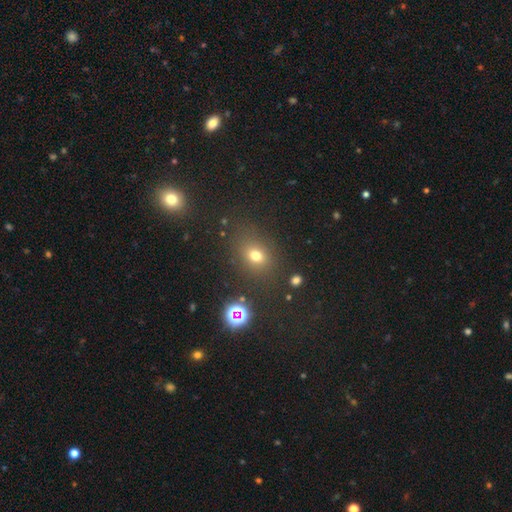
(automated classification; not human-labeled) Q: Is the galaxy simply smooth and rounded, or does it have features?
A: smooth — 69%.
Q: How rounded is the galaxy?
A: round — 56%.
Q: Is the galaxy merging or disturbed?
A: none — 80%.